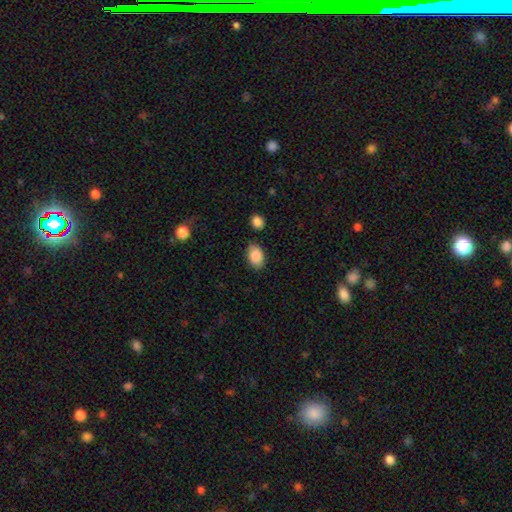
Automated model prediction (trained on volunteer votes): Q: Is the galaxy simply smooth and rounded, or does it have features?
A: smooth — 87%.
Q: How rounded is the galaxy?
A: in between — 88%.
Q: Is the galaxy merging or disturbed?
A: none — 82%.